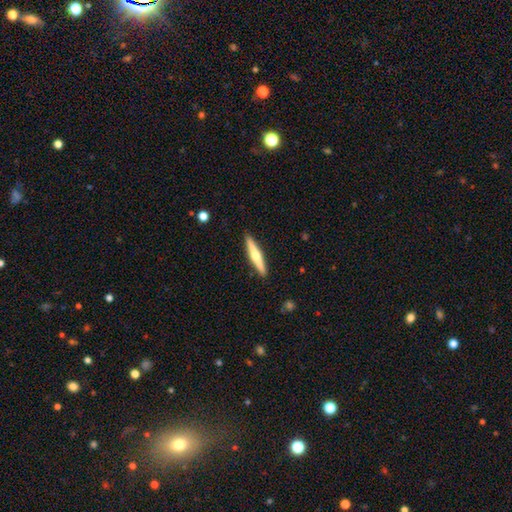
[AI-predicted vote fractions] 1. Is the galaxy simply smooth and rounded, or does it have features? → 59% featured or disk, 36% smooth, 5% star or artifact.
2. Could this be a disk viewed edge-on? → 97% yes, 3% no.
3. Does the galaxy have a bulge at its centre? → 90% rounded, 7% none, 3% boxy.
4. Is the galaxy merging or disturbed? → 91% none, 6% minor disturbance, 1% major disturbance, 1% merger.